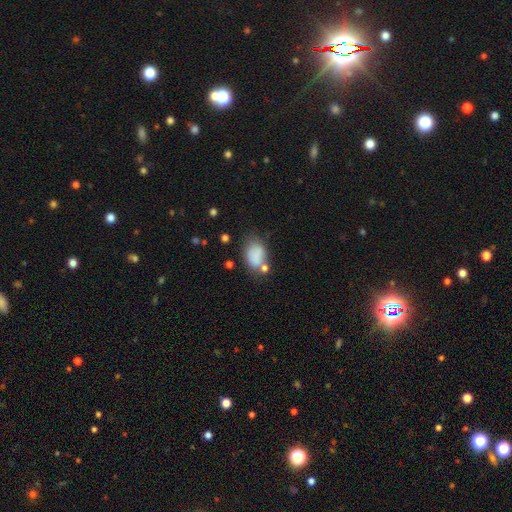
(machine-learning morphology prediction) smooth-or-featured: smooth: 78% | featured or disk: 12% | star or artifact: 10%
  how-rounded: in between: 83% | round: 16% | cigar-shaped: 1%
  merging: none: 46% | minor disturbance: 24% | merger: 17% | major disturbance: 12%